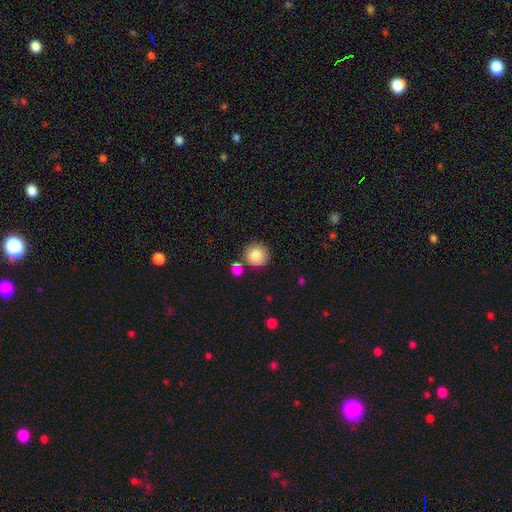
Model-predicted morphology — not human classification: Smooth or featured? smooth (84%)
How rounded? round (93%)
Merging? none (78%)